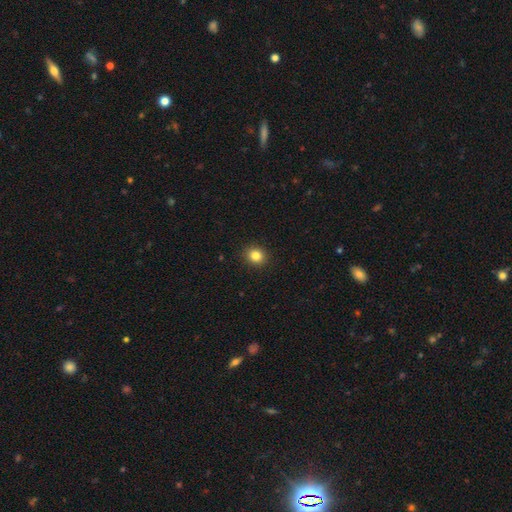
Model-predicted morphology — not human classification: type=smooth (83%); roundness=round (78%); merging=none (91%).